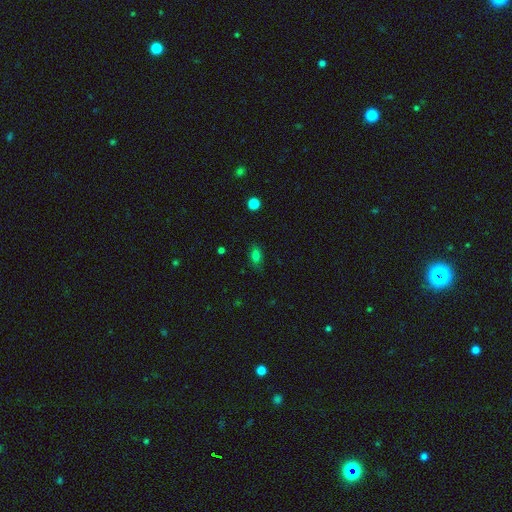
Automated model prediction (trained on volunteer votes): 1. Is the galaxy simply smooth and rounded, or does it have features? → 76% smooth, 15% star or artifact, 9% featured or disk.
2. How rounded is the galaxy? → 82% in between, 13% round, 5% cigar-shaped.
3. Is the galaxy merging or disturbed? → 79% none, 15% minor disturbance, 4% major disturbance, 1% merger.